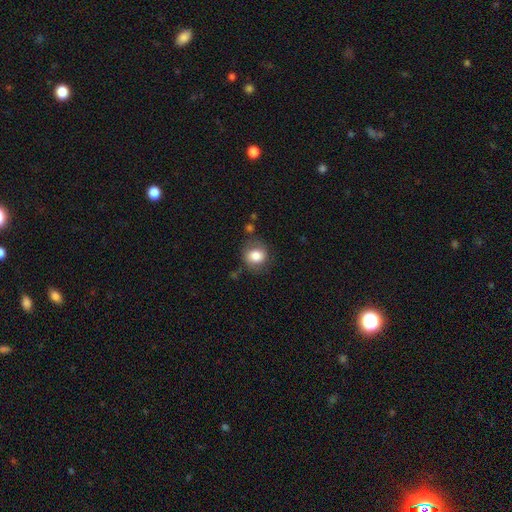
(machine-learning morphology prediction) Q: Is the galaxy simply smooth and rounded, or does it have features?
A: smooth — 79%.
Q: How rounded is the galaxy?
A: round — 74%.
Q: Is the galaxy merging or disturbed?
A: none — 70%.